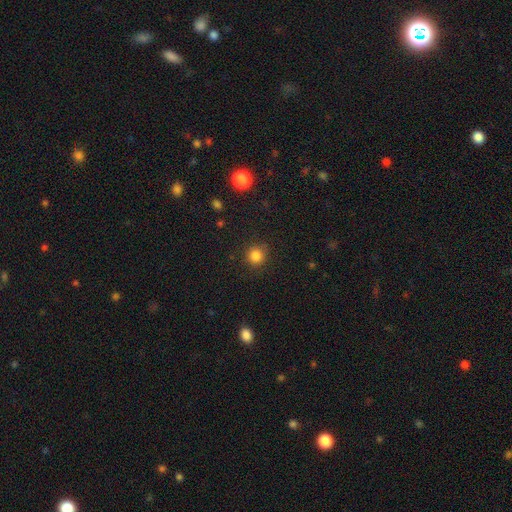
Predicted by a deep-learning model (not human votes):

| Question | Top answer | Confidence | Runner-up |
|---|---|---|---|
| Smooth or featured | smooth | 84% | star or artifact (12%) |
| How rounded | round | 91% | in between (8%) |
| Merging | none | 86% | minor disturbance (9%) |